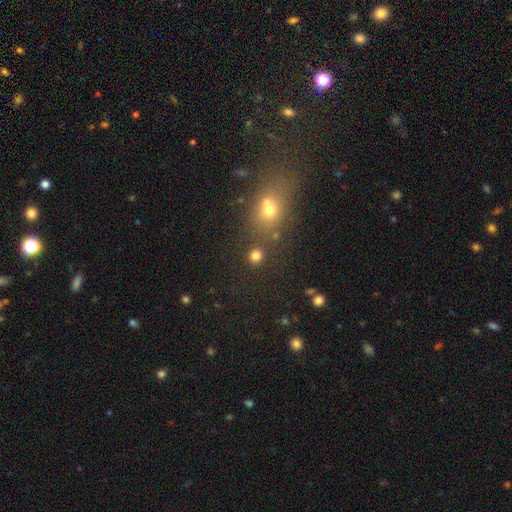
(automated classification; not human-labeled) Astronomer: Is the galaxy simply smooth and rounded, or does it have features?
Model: smooth — 79%.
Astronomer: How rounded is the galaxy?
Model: round — 85%.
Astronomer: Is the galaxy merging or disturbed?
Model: none — 79%.